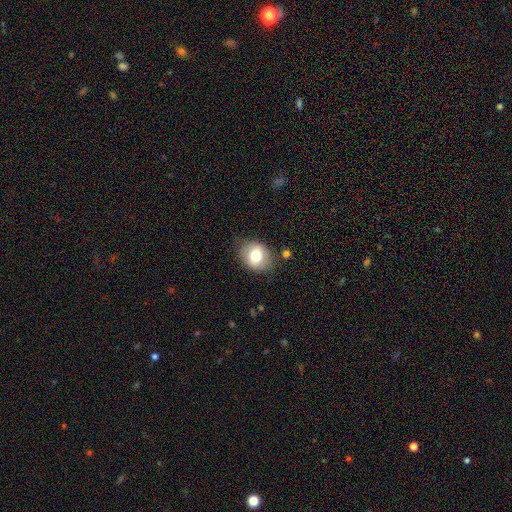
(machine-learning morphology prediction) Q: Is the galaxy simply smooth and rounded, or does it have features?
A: smooth — 72%.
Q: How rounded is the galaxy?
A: in between — 55%.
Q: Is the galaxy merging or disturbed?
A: none — 77%.